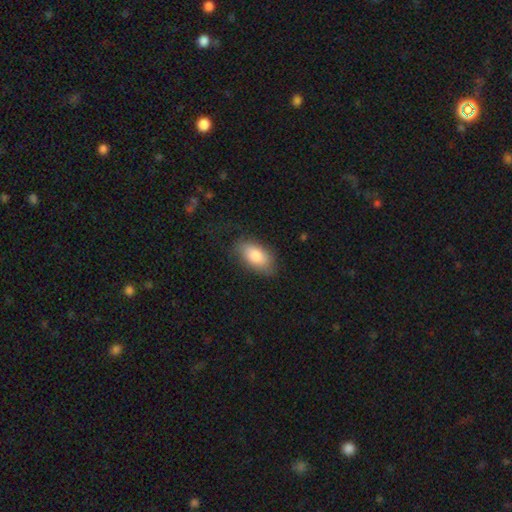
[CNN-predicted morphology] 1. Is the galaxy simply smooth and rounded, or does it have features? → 81% smooth, 13% featured or disk, 6% star or artifact.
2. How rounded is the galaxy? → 93% in between, 4% round, 3% cigar-shaped.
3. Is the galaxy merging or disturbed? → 73% none, 19% minor disturbance, 6% major disturbance, 1% merger.